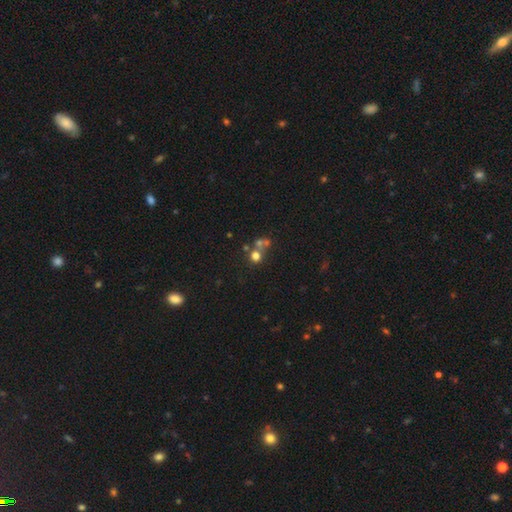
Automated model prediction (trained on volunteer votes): A smooth galaxy with no disk features (65%) that is round (86%).

Vote fractions:
- Smooth or featured? smooth: 65% / star or artifact: 20% / featured or disk: 14%
- How rounded? round: 86% / in between: 13% / cigar-shaped: 1%
- Merging? none: 48% / merger: 40% / minor disturbance: 7% / major disturbance: 5%